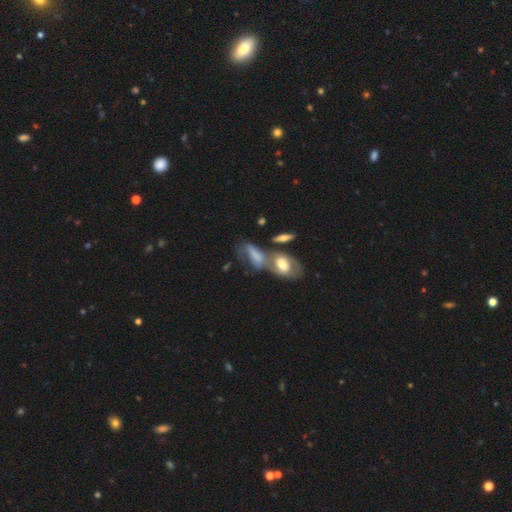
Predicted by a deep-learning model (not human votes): A smooth galaxy with no disk features (47%).

Vote fractions:
- Smooth or featured? smooth: 47% / featured or disk: 44% / star or artifact: 9%
- Merging? merger: 44% / none: 27% / minor disturbance: 16% / major disturbance: 13%